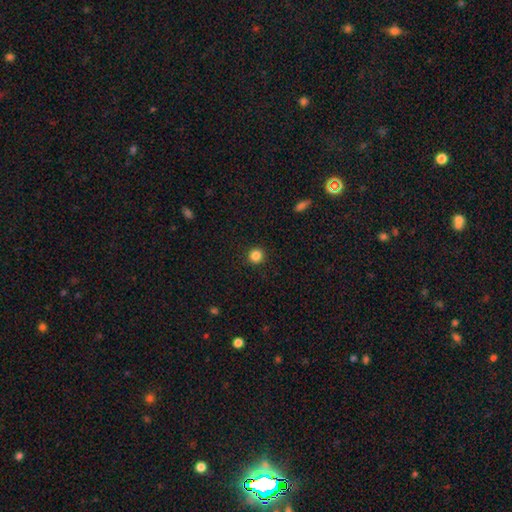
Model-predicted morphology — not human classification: A smooth galaxy with no disk features (85%) that is round (94%). Merging: none (93%).